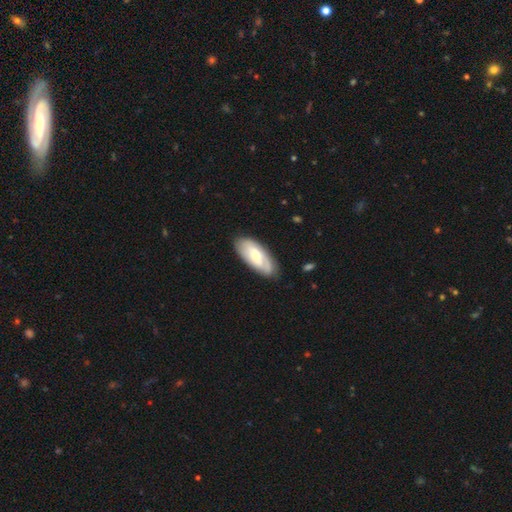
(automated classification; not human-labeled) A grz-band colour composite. It shows a featured or disk galaxy (48%). Merging: none (80%).